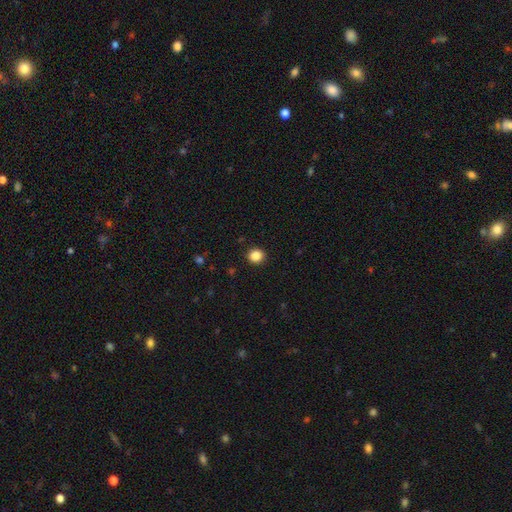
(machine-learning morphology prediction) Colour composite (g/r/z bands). It shows a smooth galaxy with no disk features (86%) that is round (86%). Merging: none (92%).